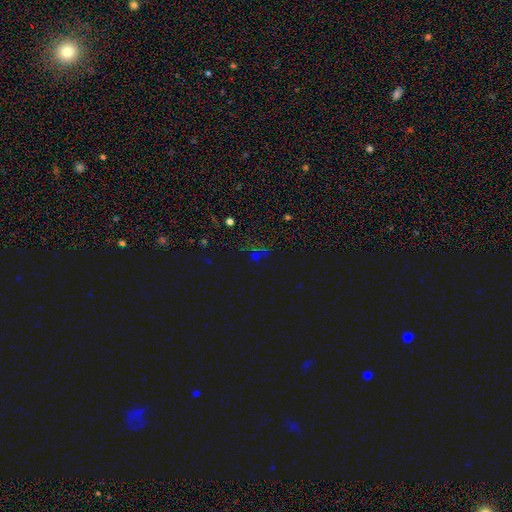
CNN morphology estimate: Smooth or featured?
  - star or artifact: 67% *
  - smooth: 24%
  - featured or disk: 9%